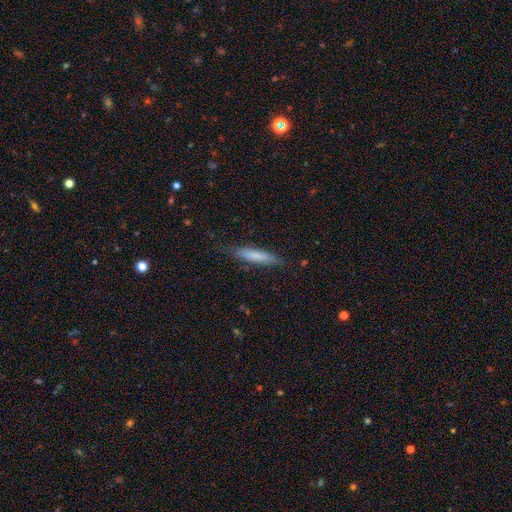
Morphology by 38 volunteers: This is likely a smooth galaxy (79%). How rounded: clearly cigar-shaped (83%). Merging: clearly none (89%).